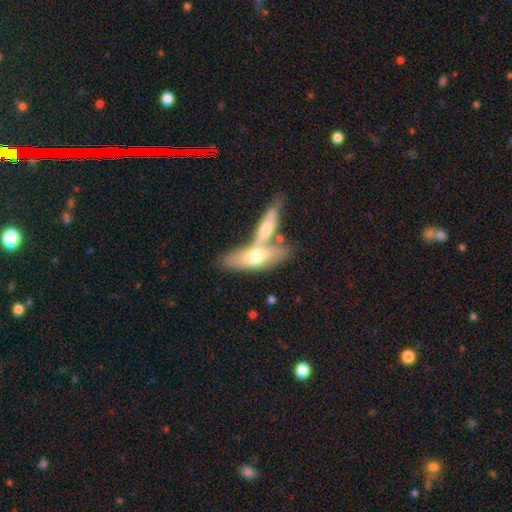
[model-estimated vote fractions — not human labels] smooth_or_featured: smooth (p=0.59) [alt: featured or disk p=0.36]
how_rounded: cigar-shaped (p=0.49) [tied with: in between p=0.49]
merging: merger (p=0.54) [alt: none p=0.33]